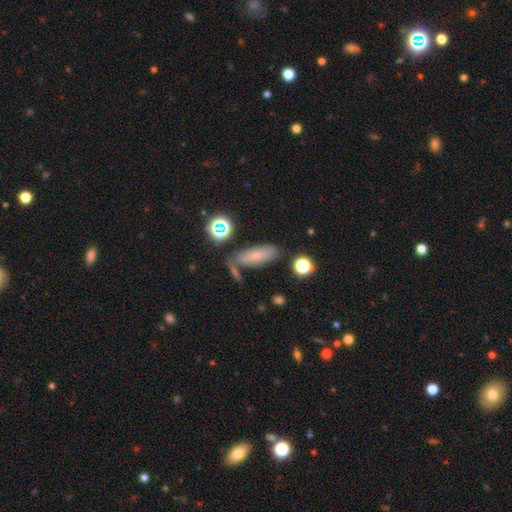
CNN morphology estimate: Smooth or featured: smooth — 60% (featured or disk — 26%)
How rounded: in between — 69% (cigar-shaped — 26%)
Merging: none — 65% (minor disturbance — 17%)